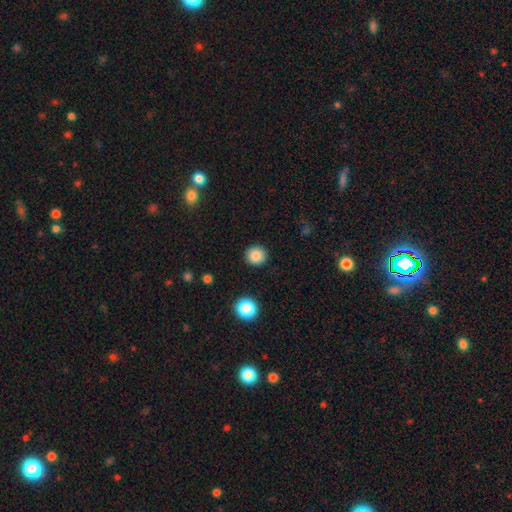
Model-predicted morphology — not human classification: Smooth or featured? smooth (86%)
How rounded? round (91%)
Merging? none (91%)